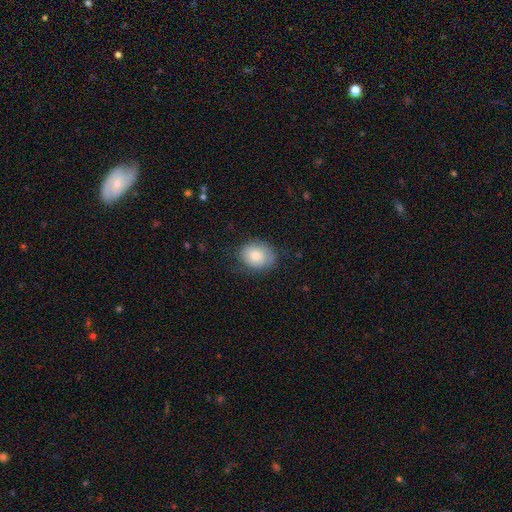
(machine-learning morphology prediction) Smooth or featured: smooth — 76% (featured or disk — 17%)
How rounded: round — 50% (in between — 49%)
Merging: none — 71% (minor disturbance — 21%)